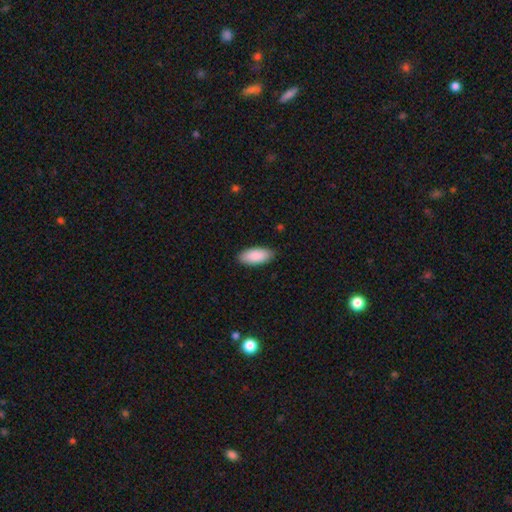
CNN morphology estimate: Smooth or featured? smooth (90%)
How rounded? in between (90%)
Merging? none (87%)